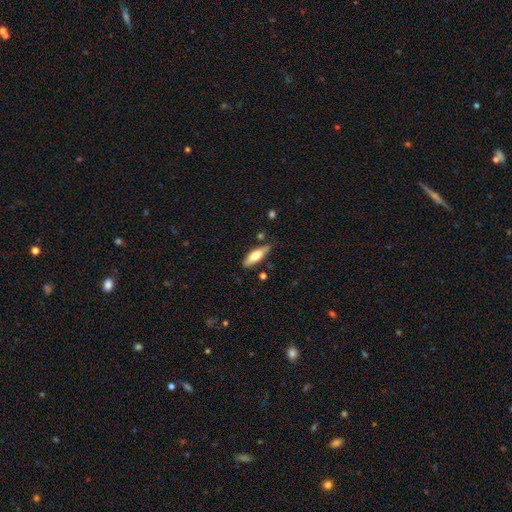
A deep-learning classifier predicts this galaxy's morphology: The model was most divided on "how rounded": in between: 52%, cigar-shaped: 46%, round: 2%. More confident: merging — none (77%); smooth or featured — smooth (69%).